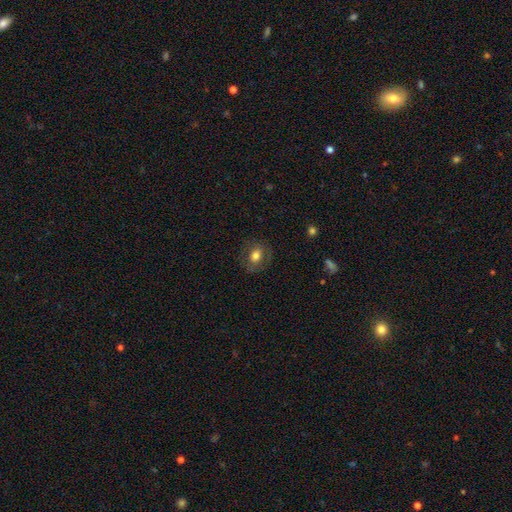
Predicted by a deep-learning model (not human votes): This is likely a smooth galaxy (68%). How rounded: likely round (62%). Merging: likely none (80%).